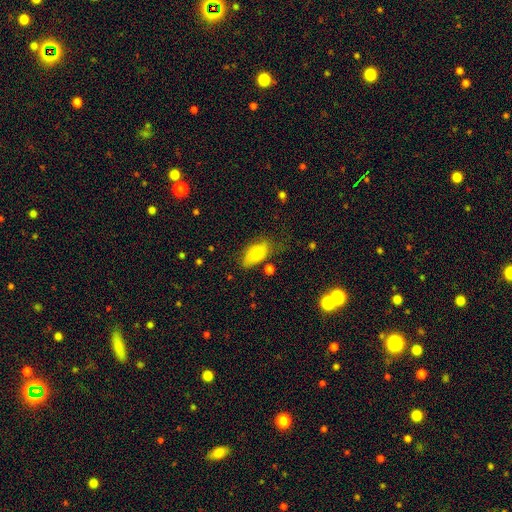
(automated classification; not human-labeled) smooth_or_featured: smooth (p=0.76) [alt: featured or disk p=0.16]
how_rounded: in between (p=0.91) [alt: cigar-shaped p=0.05]
merging: none (p=0.58) [alt: minor disturbance p=0.28]